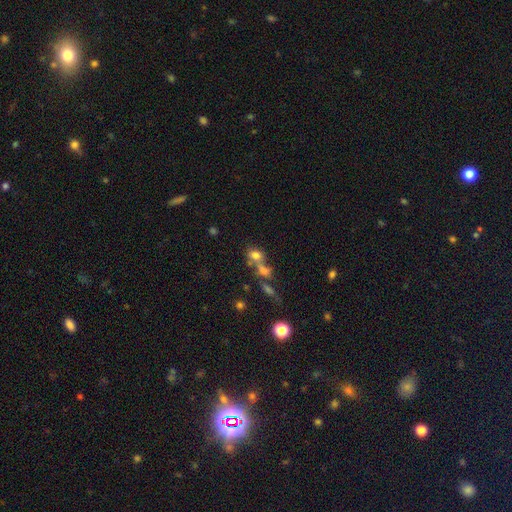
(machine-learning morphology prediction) This appears to be a smooth galaxy with no disk features (69%) that is in between round and cigar-shaped (58%). Merging: merger (49%).